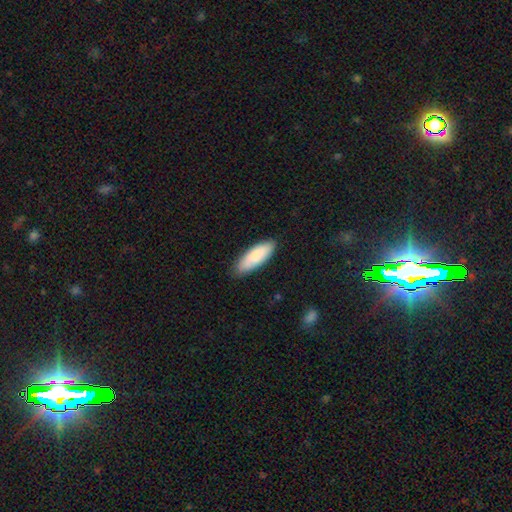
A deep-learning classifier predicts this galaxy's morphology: smooth-or-featured: smooth: 80% | featured or disk: 14% | star or artifact: 5%
  how-rounded: in between: 68% | cigar-shaped: 30% | round: 2%
  merging: none: 82% | minor disturbance: 14% | major disturbance: 2% | merger: 1%